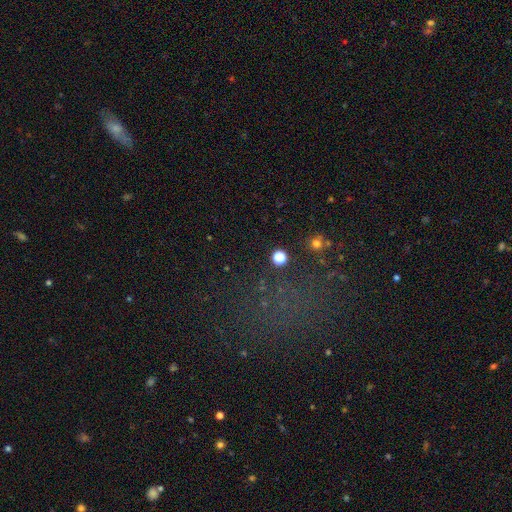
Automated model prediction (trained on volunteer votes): Smooth or featured?
  - star or artifact: 54% *
  - smooth: 32%
  - featured or disk: 14%